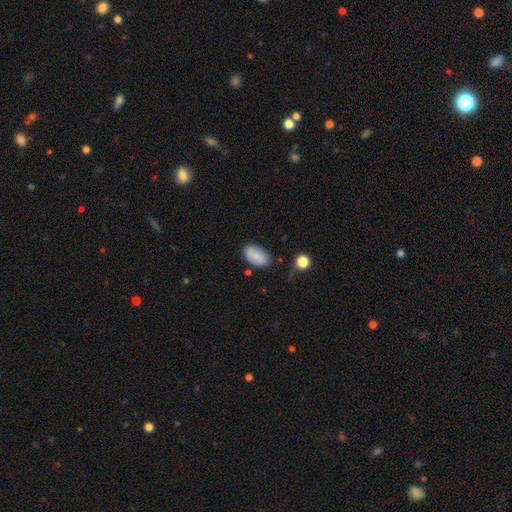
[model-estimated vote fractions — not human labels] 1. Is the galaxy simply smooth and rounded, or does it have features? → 87% smooth, 7% star or artifact, 6% featured or disk.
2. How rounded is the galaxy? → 94% in between, 4% round, 2% cigar-shaped.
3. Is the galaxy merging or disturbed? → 76% none, 16% minor disturbance, 5% major disturbance, 3% merger.